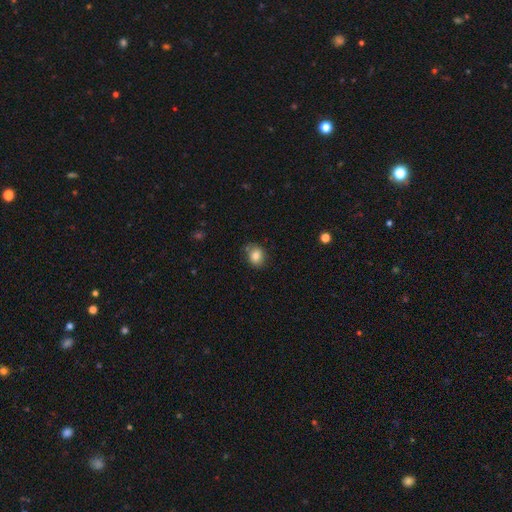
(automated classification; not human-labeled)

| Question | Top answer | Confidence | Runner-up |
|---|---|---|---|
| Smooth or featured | smooth | 82% | star or artifact (10%) |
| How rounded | round | 62% | in between (37%) |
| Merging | none | 76% | minor disturbance (17%) |